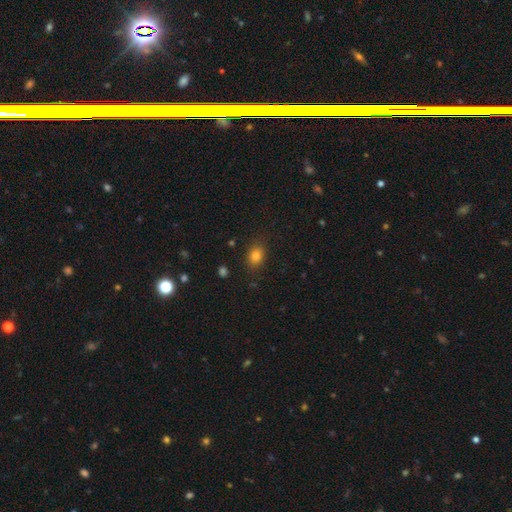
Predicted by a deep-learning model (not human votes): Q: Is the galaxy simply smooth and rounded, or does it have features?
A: smooth — 82%.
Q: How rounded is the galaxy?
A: in between — 66%.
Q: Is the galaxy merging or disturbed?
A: none — 84%.